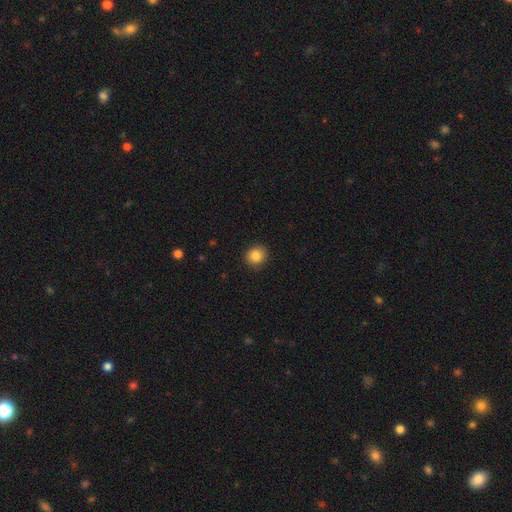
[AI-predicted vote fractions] smooth 85%, star or artifact 10%, featured or disk 5%. Down the decision tree: how rounded — round (86%); merging — none (90%).